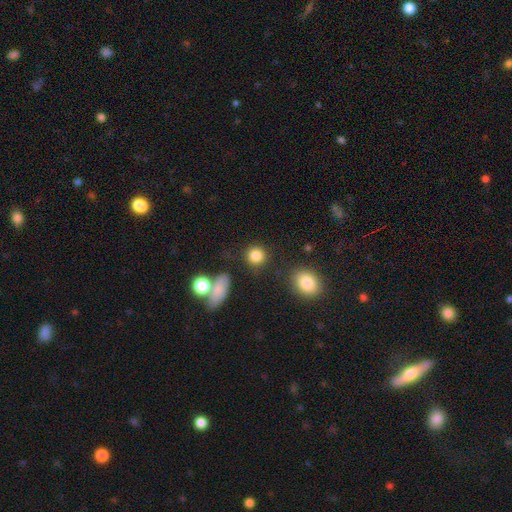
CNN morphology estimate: smooth-or-featured: smooth: 84% | star or artifact: 10% | featured or disk: 6%
  how-rounded: round: 89% | in between: 10% | cigar-shaped: 1%
  merging: none: 82% | minor disturbance: 9% | merger: 5% | major disturbance: 4%